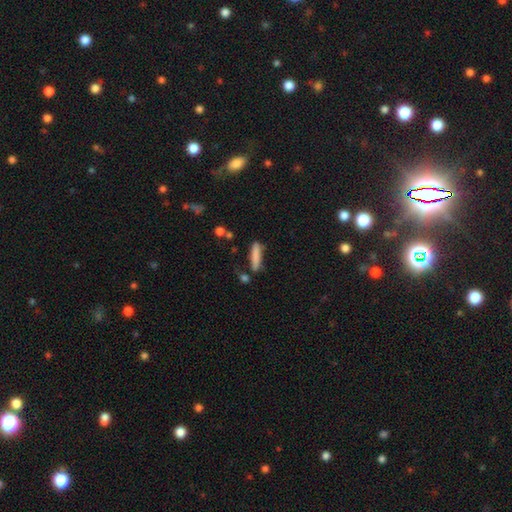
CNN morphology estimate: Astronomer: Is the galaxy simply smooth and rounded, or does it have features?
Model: smooth — 82%.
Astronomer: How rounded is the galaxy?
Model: cigar-shaped — 81%.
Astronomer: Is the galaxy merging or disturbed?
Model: none — 74%.